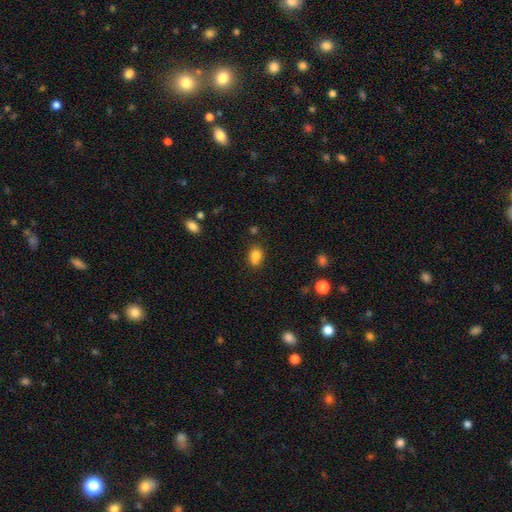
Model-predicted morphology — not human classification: Smooth or featured: smooth — 81% (star or artifact — 11%)
How rounded: in between — 60% (round — 38%)
Merging: none — 56% (minor disturbance — 21%)